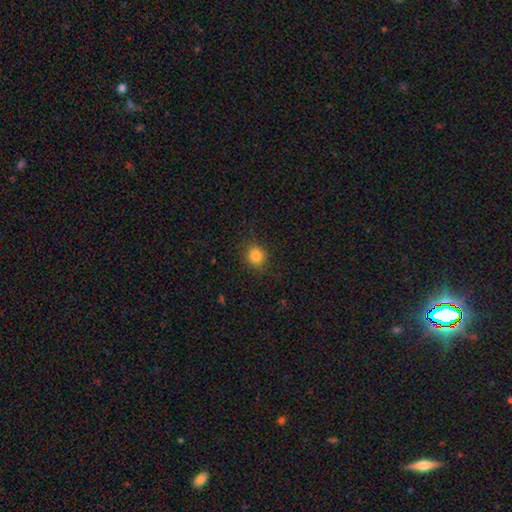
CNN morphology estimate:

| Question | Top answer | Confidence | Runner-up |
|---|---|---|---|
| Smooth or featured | smooth | 85% | star or artifact (11%) |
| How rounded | round | 79% | in between (20%) |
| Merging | none | 86% | minor disturbance (10%) |